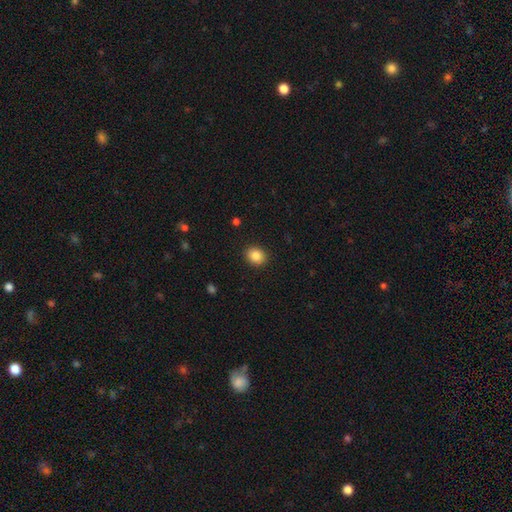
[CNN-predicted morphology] smooth-or-featured: smooth: 86% | star or artifact: 9% | featured or disk: 5%
  how-rounded: round: 64% | in between: 35% | cigar-shaped: 1%
  merging: none: 91% | minor disturbance: 6% | major disturbance: 2% | merger: 1%